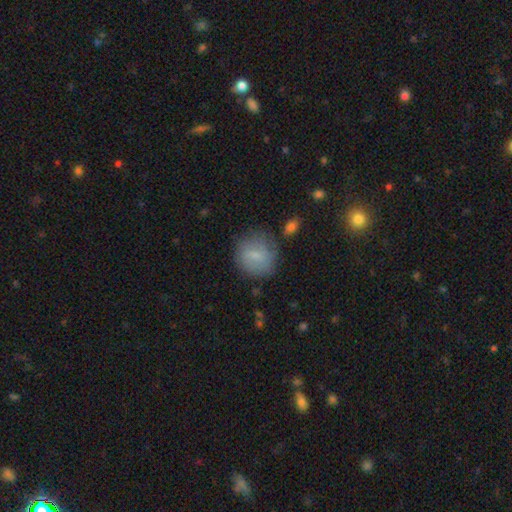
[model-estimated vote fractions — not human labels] The model was most divided on "smooth or featured": smooth: 70%, featured or disk: 22%, star or artifact: 8%. More confident: how rounded — round (80%); merging — none (70%).